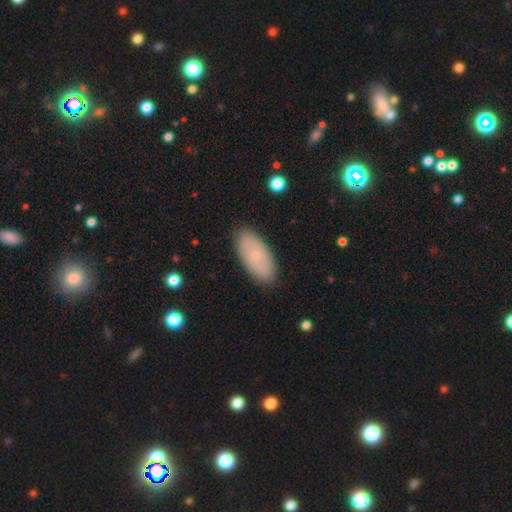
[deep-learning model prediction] This is likely a smooth galaxy (73%). How rounded: clearly in between (91%). Merging: clearly none (88%).